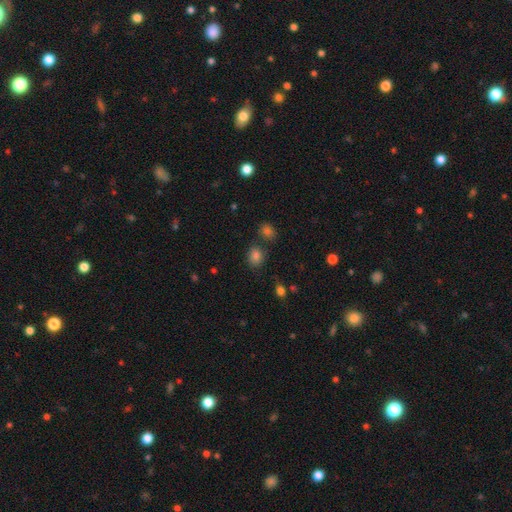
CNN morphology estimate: smooth_or_featured: smooth (p=0.81) [alt: star or artifact p=0.13]
how_rounded: round (p=0.67) [alt: in between p=0.32]
merging: none (p=0.74) [alt: merger p=0.11]